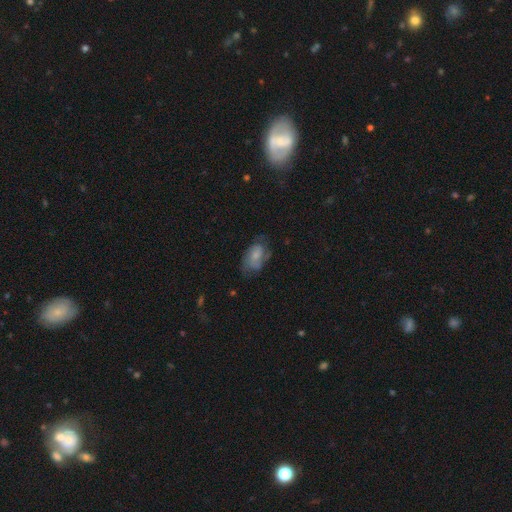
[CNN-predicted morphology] type=smooth (47%); merging=none (51%).